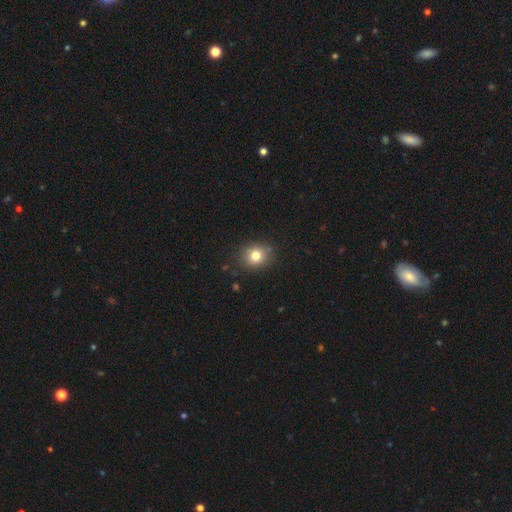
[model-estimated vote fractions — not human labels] The model was most divided on "how rounded": round: 73%, in between: 26%, cigar-shaped: 1%. More confident: merging — none (86%); smooth or featured — smooth (79%).